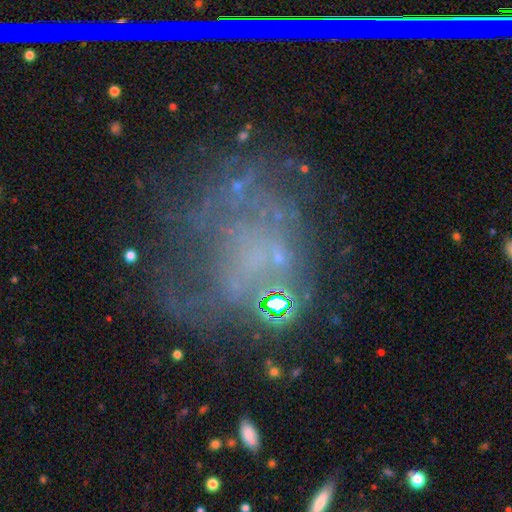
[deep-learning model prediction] smooth-or-featured: featured or disk: 47% | star or artifact: 30% | smooth: 23%
  merging: none: 48% | major disturbance: 26% | minor disturbance: 21% | merger: 6%